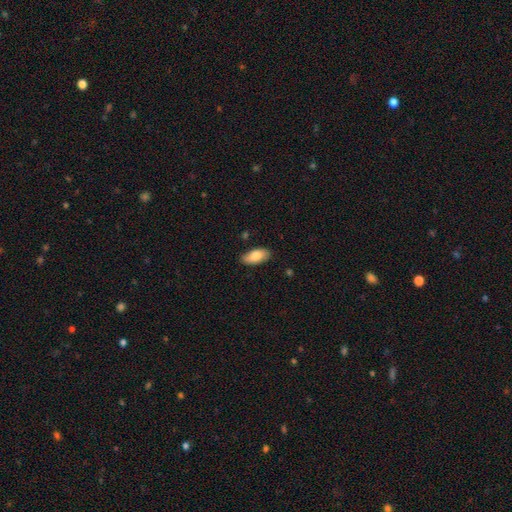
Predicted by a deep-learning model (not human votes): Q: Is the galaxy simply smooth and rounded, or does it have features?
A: smooth — 83%.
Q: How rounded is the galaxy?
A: in between — 91%.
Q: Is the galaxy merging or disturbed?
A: none — 83%.